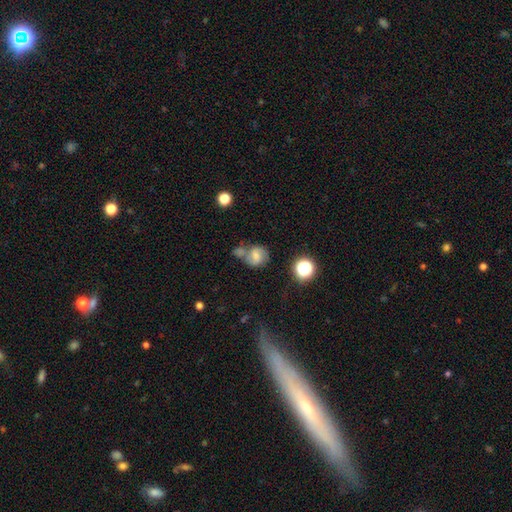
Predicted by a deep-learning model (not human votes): The model was most divided on "merging" (2-way tie): none: 39%, merger: 39%, minor disturbance: 15%, major disturbance: 8%. Remaining: smooth or featured — smooth (49%).